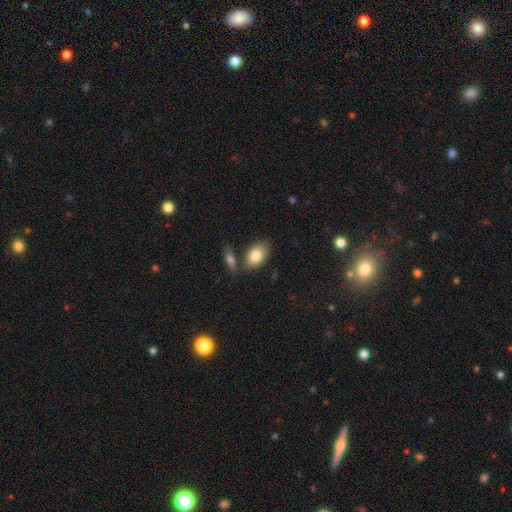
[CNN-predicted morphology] smooth_or_featured: smooth (p=0.82) [alt: featured or disk p=0.11]
how_rounded: in between (p=0.89) [alt: round p=0.09]
merging: none (p=0.66) [alt: merger p=0.17]